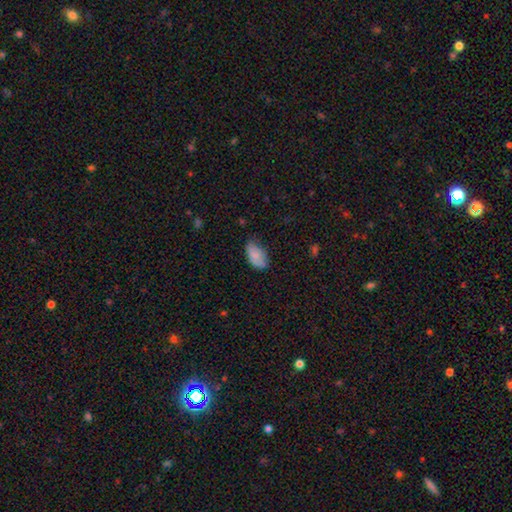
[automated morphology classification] Smooth or featured: smooth — 84% (featured or disk — 8%)
How rounded: in between — 93% (round — 4%)
Merging: none — 59% (minor disturbance — 33%)